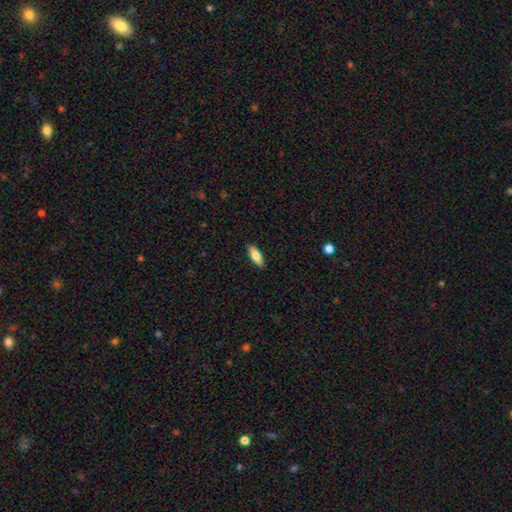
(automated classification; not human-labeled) smooth-or-featured: smooth: 78% | featured or disk: 16% | star or artifact: 6%
  how-rounded: in between: 67% | cigar-shaped: 31% | round: 2%
  merging: none: 89% | minor disturbance: 8% | major disturbance: 2% | merger: 1%